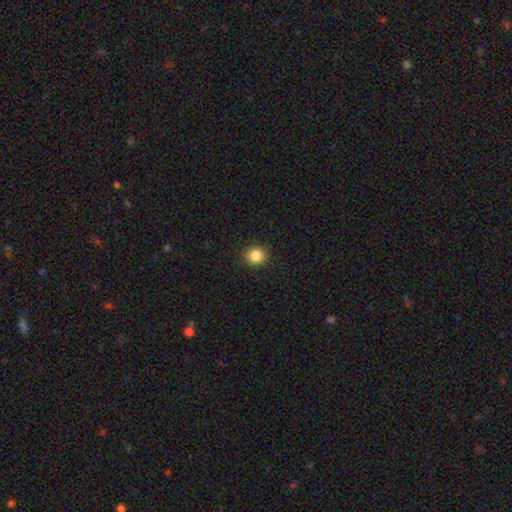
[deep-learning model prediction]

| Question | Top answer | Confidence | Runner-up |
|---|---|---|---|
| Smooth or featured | smooth | 86% | star or artifact (10%) |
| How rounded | round | 79% | in between (20%) |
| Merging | none | 90% | minor disturbance (7%) |